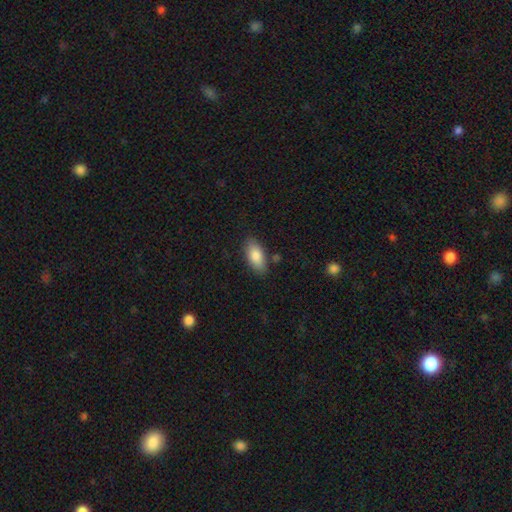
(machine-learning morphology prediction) Smooth or featured?
  - smooth: 84% *
  - featured or disk: 10%
  - star or artifact: 6%
How rounded?
  - in between: 90% *
  - cigar-shaped: 7%
  - round: 3%
Merging?
  - none: 81% *
  - minor disturbance: 13%
  - merger: 3%
  - major disturbance: 3%